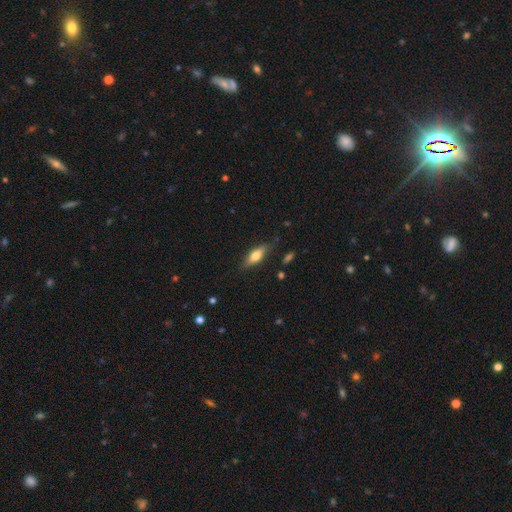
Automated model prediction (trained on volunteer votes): Q: Smooth or featured?
A: smooth (62%); runner-up: featured or disk (31%)
Q: How rounded?
A: in between (61%); runner-up: cigar-shaped (36%)
Q: Merging?
A: none (81%); runner-up: minor disturbance (14%)